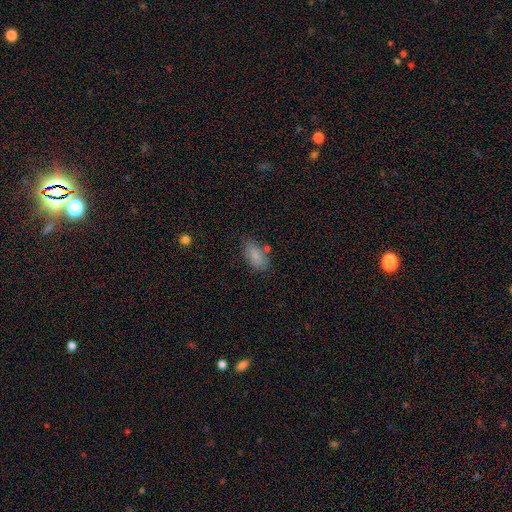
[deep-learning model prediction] Morphology: type=smooth (85%); roundness=in between (92%); merging=none (71%).